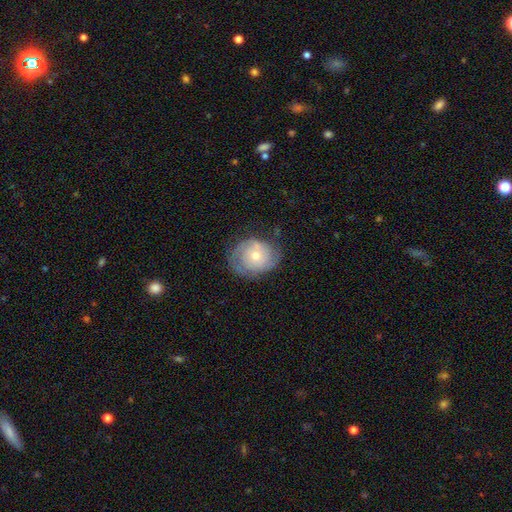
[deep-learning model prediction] This is possibly a featured or disk galaxy (56%). It is clearly not viewed edge-on (97%). Bar: clearly no (81%). Spiral arm pattern: likely yes (77%). Central bulge: possibly moderate (49%). Merging: likely none (61%).